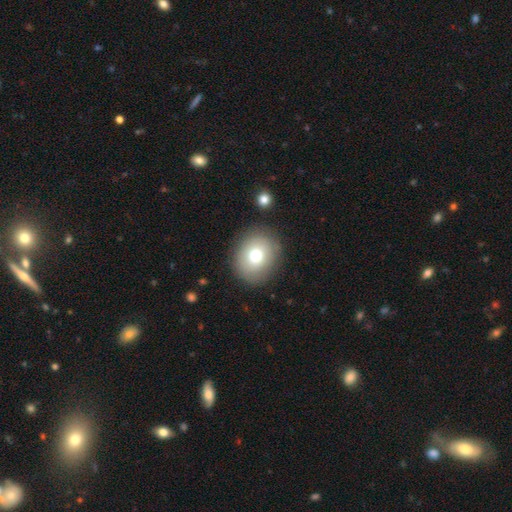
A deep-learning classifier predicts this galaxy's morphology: Q: Smooth or featured?
A: smooth (75%); runner-up: featured or disk (15%)
Q: How rounded?
A: round (61%); runner-up: in between (39%)
Q: Merging?
A: none (84%); runner-up: minor disturbance (10%)